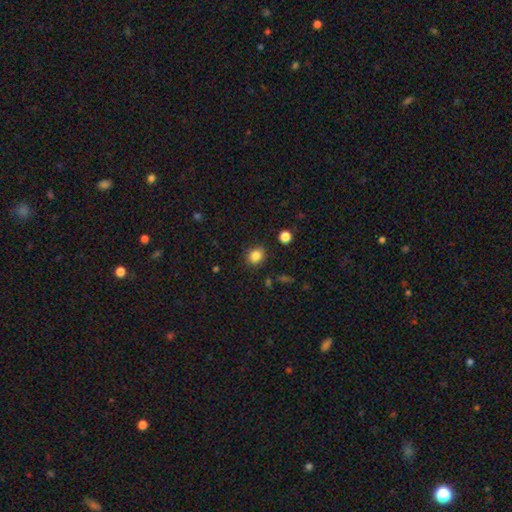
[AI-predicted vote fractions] Smooth or featured: smooth — 84% (star or artifact — 11%)
How rounded: round — 72% (in between — 27%)
Merging: none — 86% (minor disturbance — 9%)